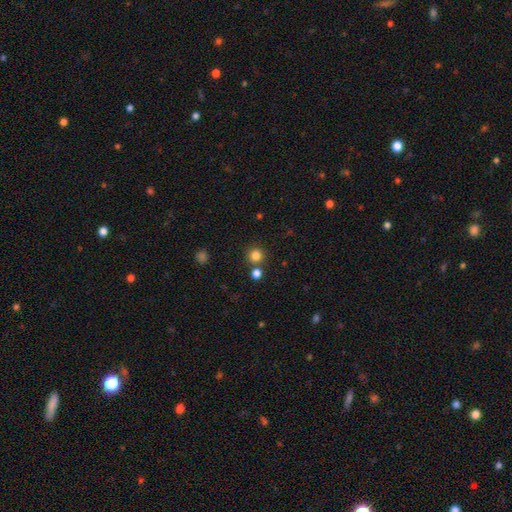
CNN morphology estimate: Q: Smooth or featured?
A: smooth (82%); runner-up: star or artifact (14%)
Q: How rounded?
A: round (93%); runner-up: in between (6%)
Q: Merging?
A: none (78%); runner-up: merger (13%)